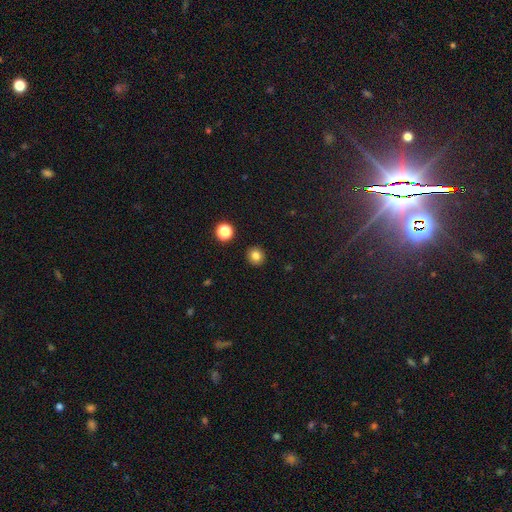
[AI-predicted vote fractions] Smooth or featured? Predicted: smooth (p=0.82). How rounded? Predicted: round (p=0.92). Merging? Predicted: none (p=0.93).